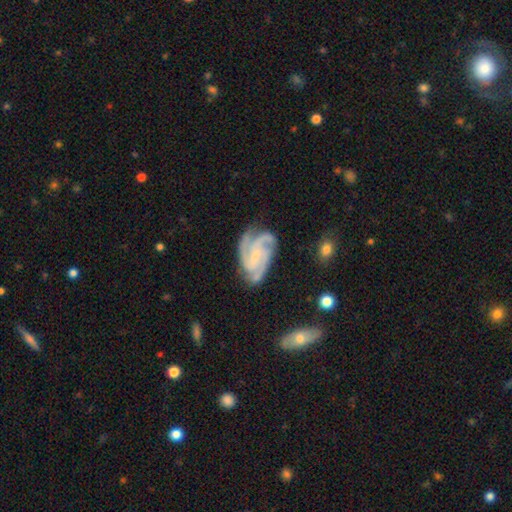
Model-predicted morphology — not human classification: smooth_or_featured: featured or disk (p=0.89) [alt: smooth p=0.06]
disk_edge_on: no (p=0.98) [alt: yes p=0.02]
bar: no (p=0.50) [alt: weak p=0.36]
has_spiral_arms: yes (p=0.98) [alt: no p=0.02]
spiral_winding: tight (p=0.48) [alt: medium p=0.43]
spiral_arm_count: 3 (p=0.55) [alt: 4 p=0.21]
bulge_size: small (p=0.53) [alt: none p=0.31]
merging: none (p=0.67) [alt: minor disturbance p=0.21]